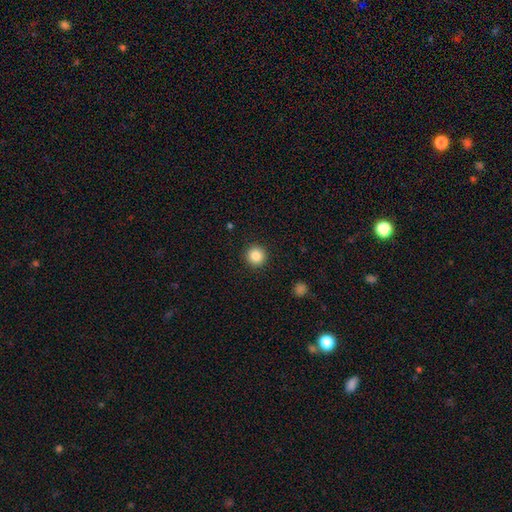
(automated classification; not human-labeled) smooth_or_featured: smooth (p=0.86) [alt: star or artifact p=0.10]
how_rounded: round (p=0.95) [alt: in between p=0.04]
merging: none (p=0.92) [alt: minor disturbance p=0.05]